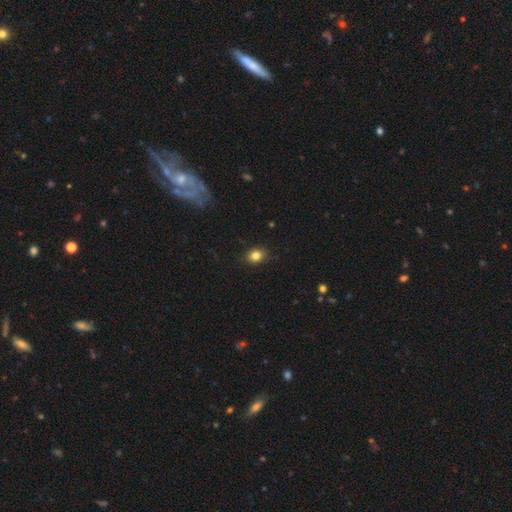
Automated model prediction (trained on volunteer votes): This appears to be a smooth galaxy with no disk features (83%) that is round (52%). Merging: none (86%).